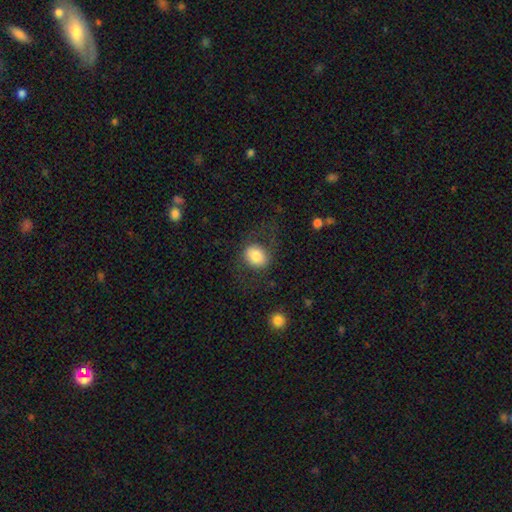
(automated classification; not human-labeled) Smooth or featured? smooth (76%)
How rounded? round (58%)
Merging? none (69%)